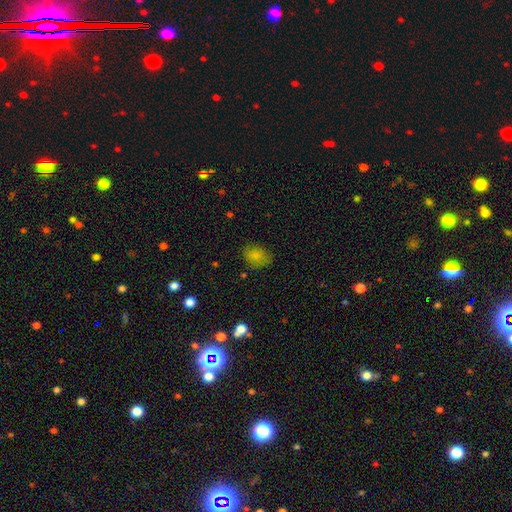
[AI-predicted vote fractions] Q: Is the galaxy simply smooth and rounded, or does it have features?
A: smooth — 81%.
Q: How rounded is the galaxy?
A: in between — 63%.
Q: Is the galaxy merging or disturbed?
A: none — 72%.